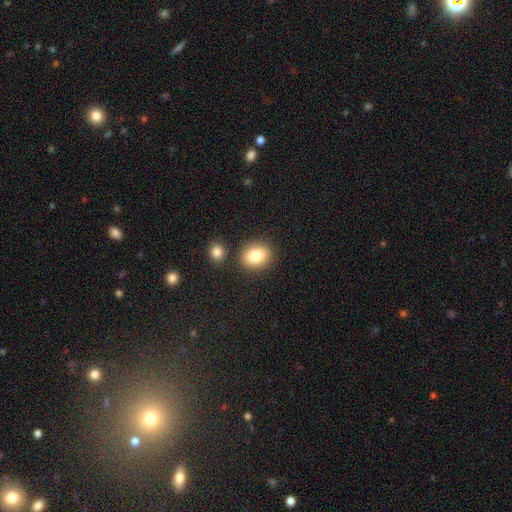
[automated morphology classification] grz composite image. It shows a smooth galaxy with no disk features (82%) that is round (53%). Merging: none (82%).